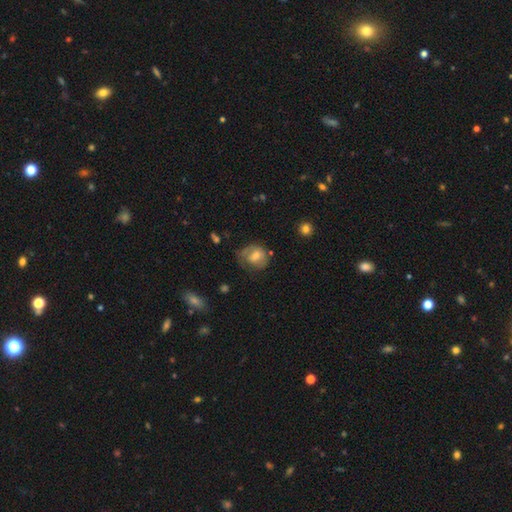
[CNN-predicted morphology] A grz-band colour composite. It shows a smooth galaxy with no disk features (54%) that is round (62%). Merging: none (49%).